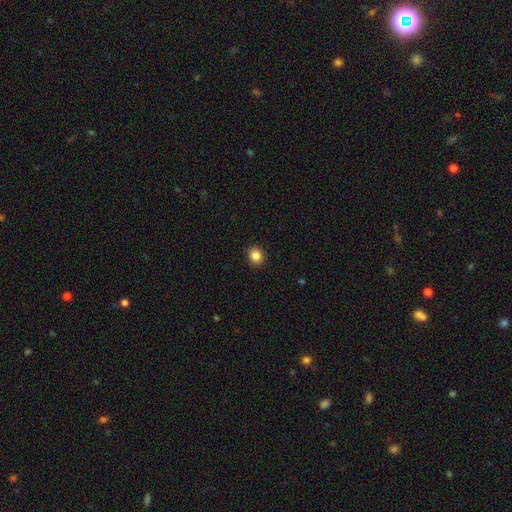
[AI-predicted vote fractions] Smooth or featured? Predicted: smooth (p=0.86). How rounded? Predicted: round (p=0.79). Merging? Predicted: none (p=0.92).